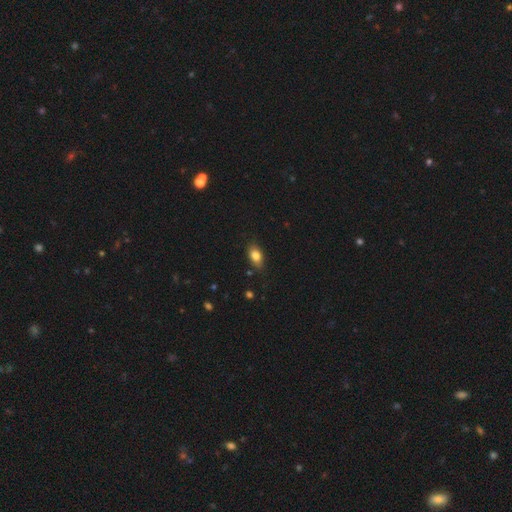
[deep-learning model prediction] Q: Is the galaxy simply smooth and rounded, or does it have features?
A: smooth — 82%.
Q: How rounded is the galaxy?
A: in between — 86%.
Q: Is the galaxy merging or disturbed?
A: none — 81%.